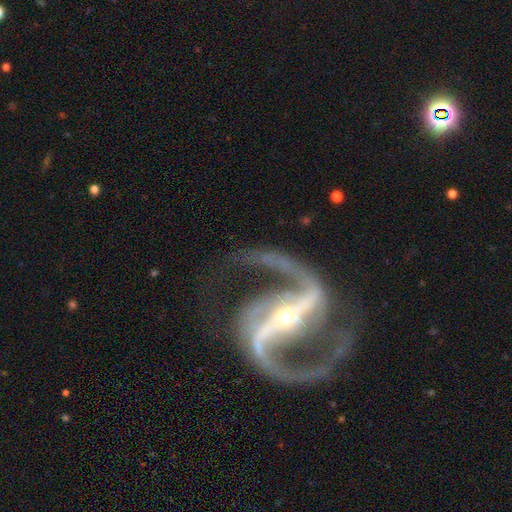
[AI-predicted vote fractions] Smooth or featured: featured or disk — 94% (star or artifact — 4%)
Edge-on disk: no — 98% (yes — 2%)
Bar: strong — 76% (weak — 16%)
Spiral arms: yes — 99% (no — 1%)
Spiral winding: medium — 62% (loose — 25%)
Spiral arm count: 2 — 94% (3 — 1%)
Bulge size: small — 77% (moderate — 19%)
Merging: none — 80% (minor disturbance — 11%)